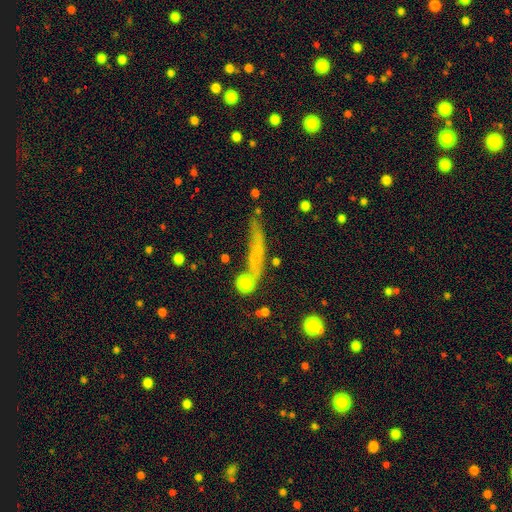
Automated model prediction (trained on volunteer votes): A smooth galaxy with no disk features (49%). Merging: none (59%).